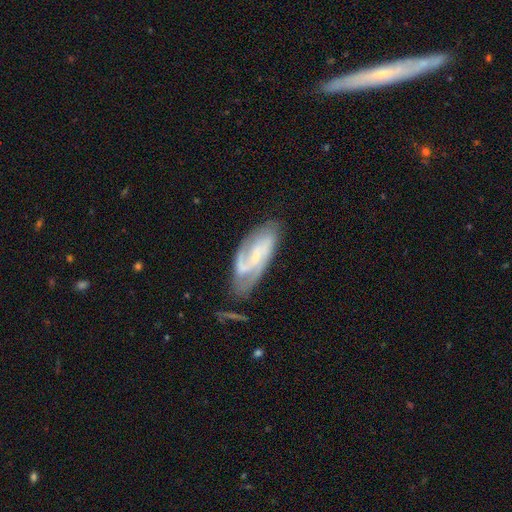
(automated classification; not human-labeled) featured or disk 80%, smooth 14%, star or artifact 6%. Down the decision tree: edge-on disk — no (93%); bar — weak (43%); spiral arms — yes (94%); spiral arm count — 2 (69%); spiral winding — medium (45%); bulge size — small (63%); merging — none (56%).